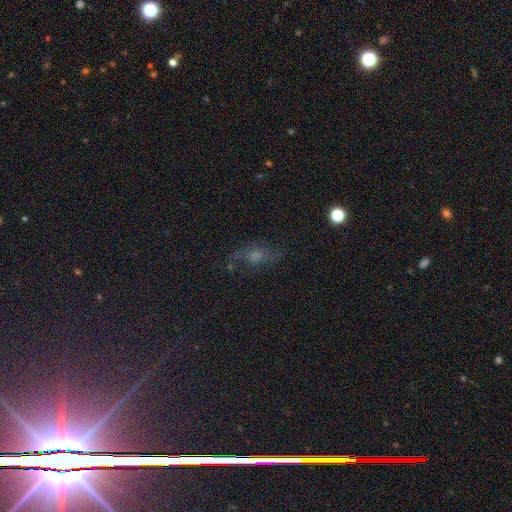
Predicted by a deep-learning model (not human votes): Overall: featured or disk (42%; star or artifact 31%). Merging: none (66%).